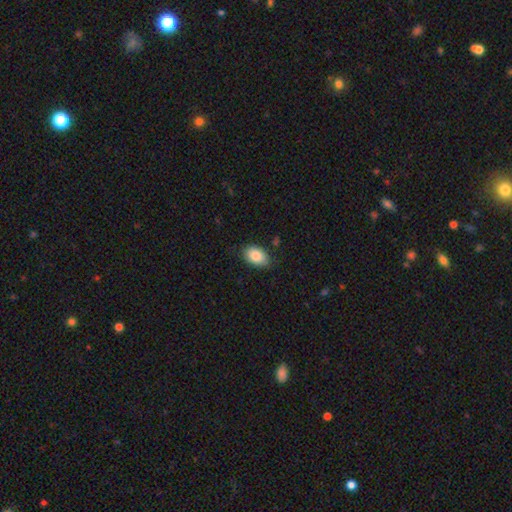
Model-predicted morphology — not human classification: Smooth or featured? smooth (86%)
How rounded? in between (89%)
Merging? none (81%)